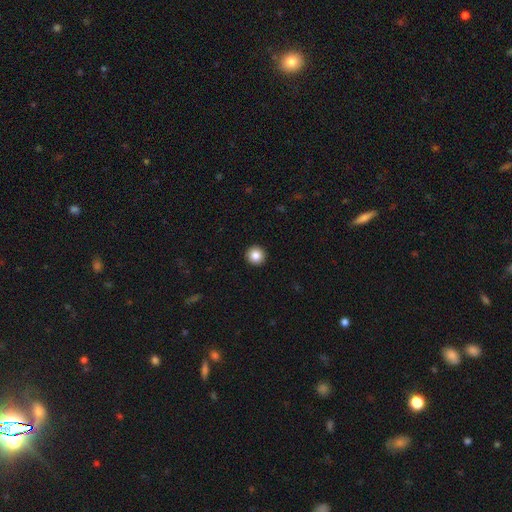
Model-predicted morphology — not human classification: Q: Smooth or featured?
A: smooth (86%); runner-up: star or artifact (9%)
Q: How rounded?
A: round (95%); runner-up: in between (4%)
Q: Merging?
A: none (94%); runner-up: minor disturbance (4%)